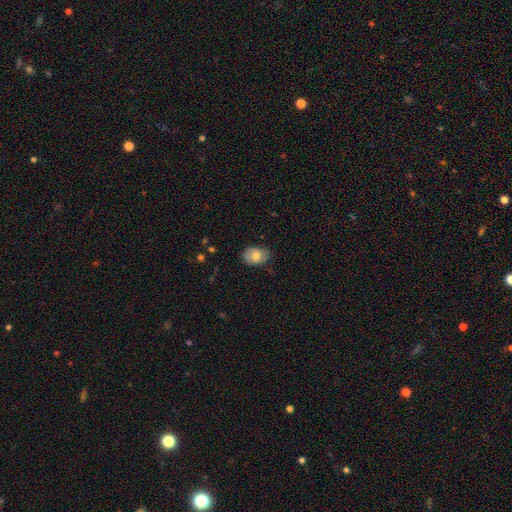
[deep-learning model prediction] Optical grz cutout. It shows a smooth galaxy with no disk features (75%) that is in between round and cigar-shaped (78%). Merging: none (70%).